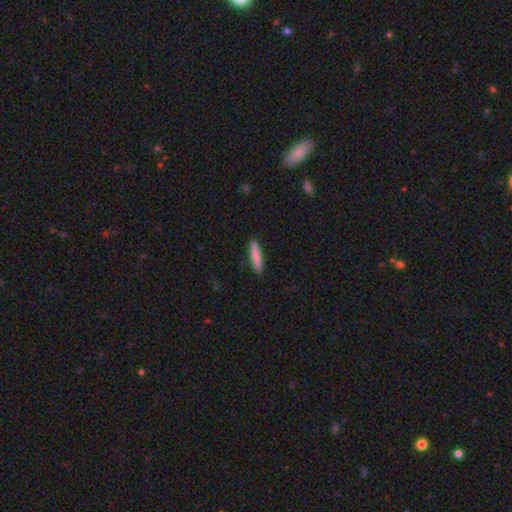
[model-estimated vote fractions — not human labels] Smooth or featured? smooth (85%)
How rounded? cigar-shaped (85%)
Merging? none (89%)